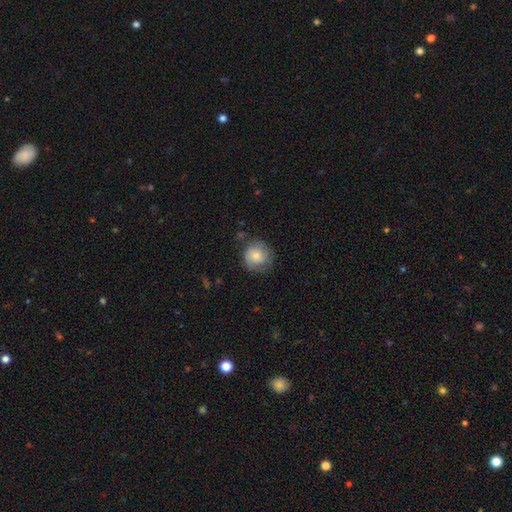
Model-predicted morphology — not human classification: Q: Smooth or featured?
A: smooth (68%); runner-up: featured or disk (25%)
Q: How rounded?
A: round (87%); runner-up: in between (12%)
Q: Merging?
A: none (67%); runner-up: minor disturbance (23%)